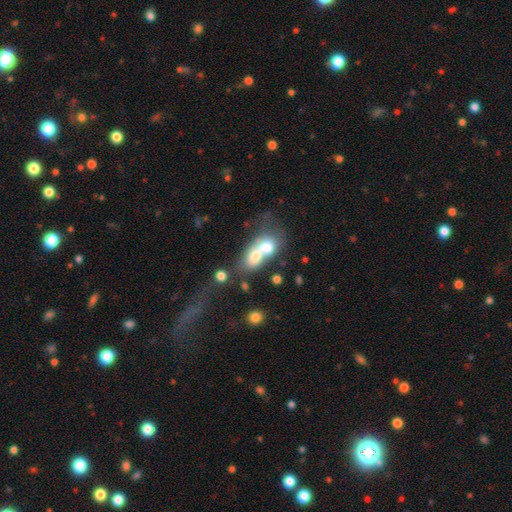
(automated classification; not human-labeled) smooth 63%, featured or disk 27%, star or artifact 9%. Down the decision tree: how rounded — in between (64%); merging — merger (75%).